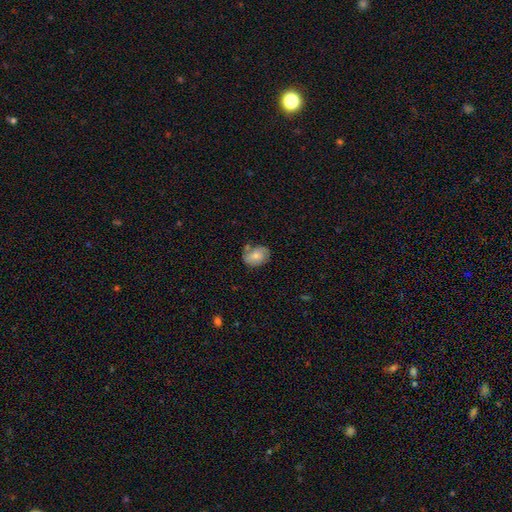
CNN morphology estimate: Q: Smooth or featured?
A: smooth (54%); runner-up: featured or disk (38%)
Q: How rounded?
A: in between (65%); runner-up: round (34%)
Q: Merging?
A: none (57%); runner-up: minor disturbance (25%)